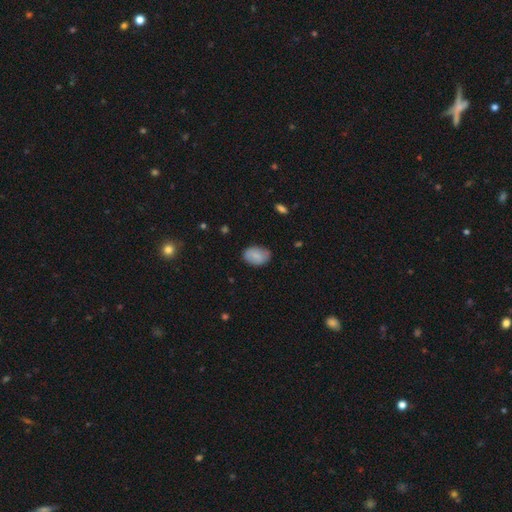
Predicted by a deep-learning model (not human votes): Smooth or featured?
  - smooth: 82% *
  - featured or disk: 11%
  - star or artifact: 7%
How rounded?
  - in between: 84% *
  - round: 15%
  - cigar-shaped: 1%
Merging?
  - none: 77% *
  - minor disturbance: 18%
  - major disturbance: 4%
  - merger: 1%